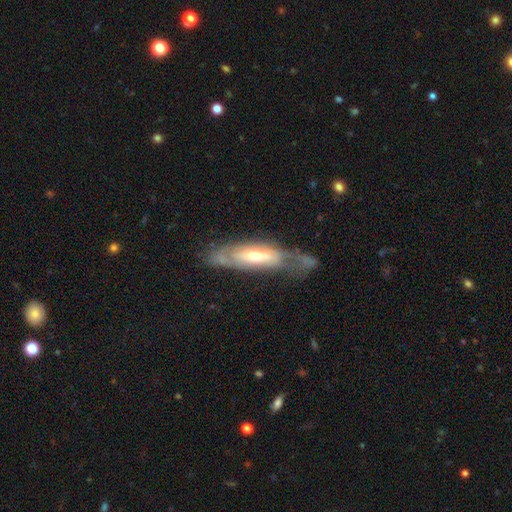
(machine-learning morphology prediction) Smooth or featured? featured or disk (70%)
Edge-on disk? no (63%)
Merging? none (57%)